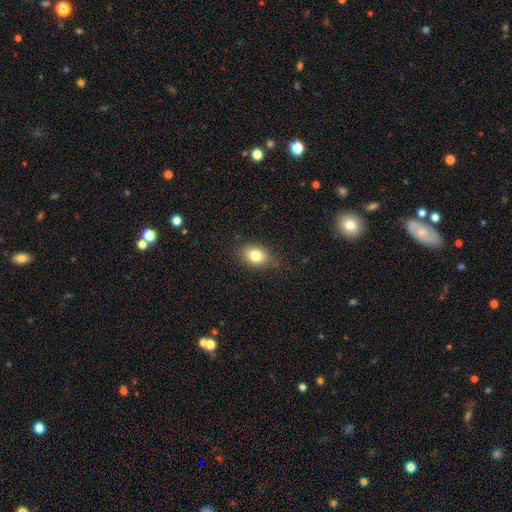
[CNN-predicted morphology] Smooth or featured? Predicted: smooth (p=0.81). How rounded? Predicted: in between (p=0.78). Merging? Predicted: none (p=0.83).